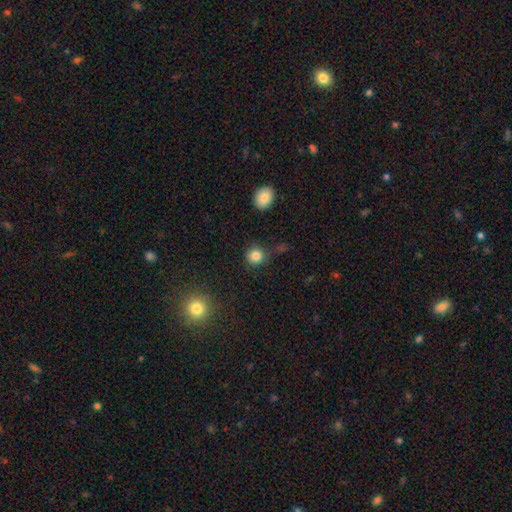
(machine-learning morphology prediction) type=smooth (84%); roundness=round (90%); merging=none (77%).